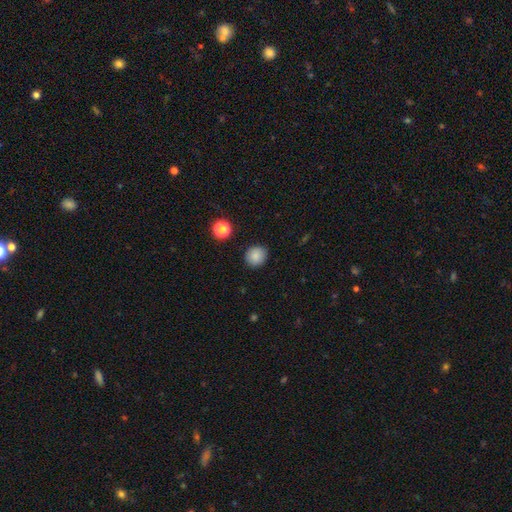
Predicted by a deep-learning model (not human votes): Overall: smooth (86%). How rounded: round (85%). Merging: none (89%).